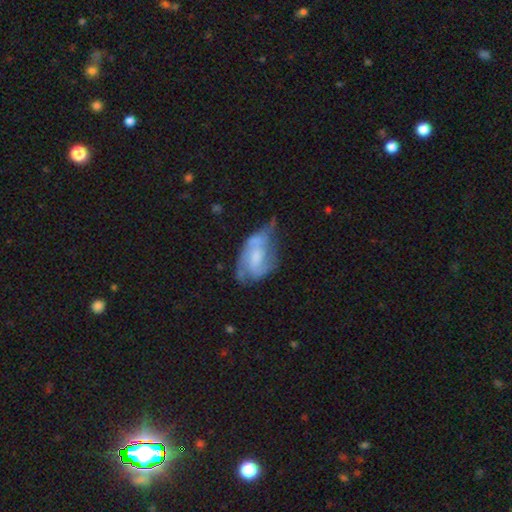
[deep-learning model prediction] This is likely a featured or disk galaxy (67%). It is clearly not viewed edge-on (96%). Bar: marginally no (44%). Spiral arm pattern: clearly yes (81%). Spiral arm count: likely 2 (61%). Spiral winding: marginally medium (45%). Central bulge: marginally moderate (39%). Merging: marginally none (34%, tied with minor disturbance).